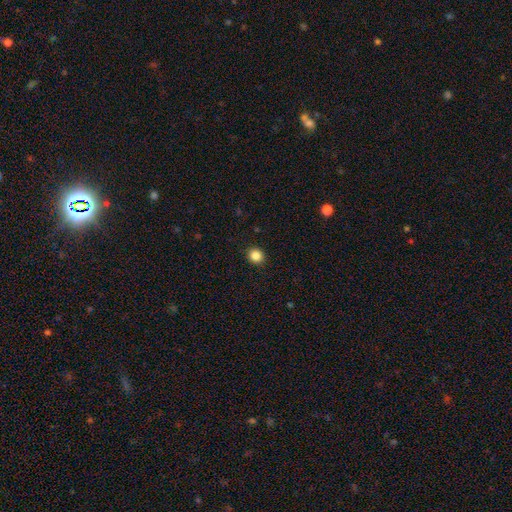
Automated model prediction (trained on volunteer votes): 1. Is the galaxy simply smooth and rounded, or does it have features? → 85% smooth, 11% star or artifact, 4% featured or disk.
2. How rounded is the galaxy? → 81% round, 18% in between, 1% cigar-shaped.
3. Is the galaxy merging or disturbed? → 92% none, 5% minor disturbance, 2% major disturbance, 1% merger.